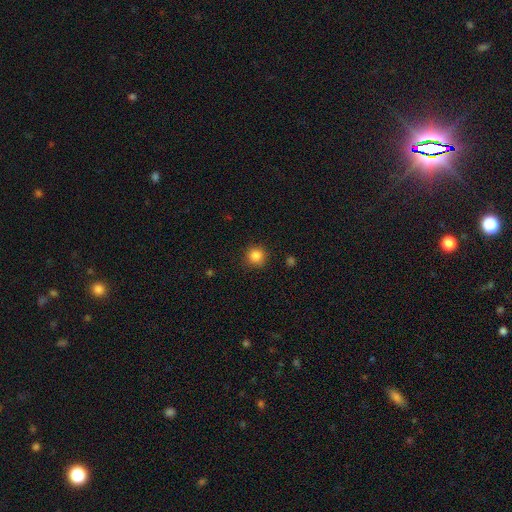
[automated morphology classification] Smooth or featured?
  - smooth: 84% *
  - star or artifact: 11%
  - featured or disk: 4%
How rounded?
  - round: 93% *
  - in between: 6%
  - cigar-shaped: 1%
Merging?
  - none: 88% *
  - minor disturbance: 8%
  - major disturbance: 2%
  - merger: 1%